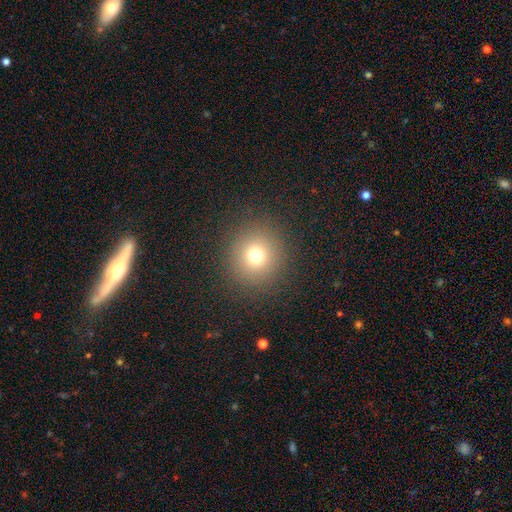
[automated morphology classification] Overall: smooth (73%). How rounded: round (92%). Merging: none (89%).